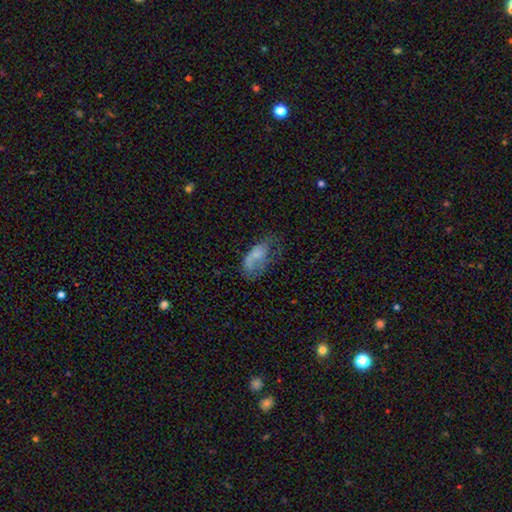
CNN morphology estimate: Smooth or featured? smooth (57%)
How rounded? in between (90%)
Merging? major disturbance (39%)